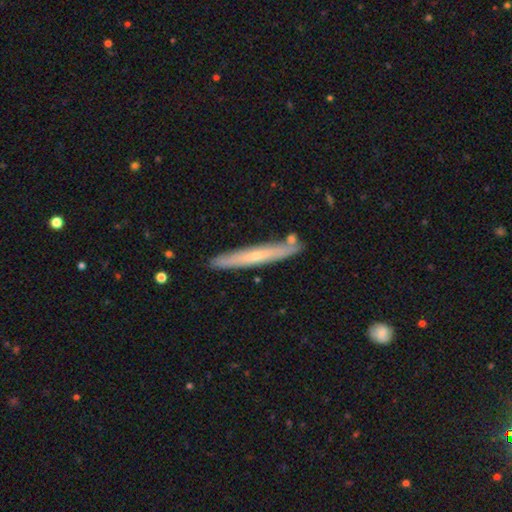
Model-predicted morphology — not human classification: smooth_or_featured: featured or disk (p=0.51) [alt: smooth p=0.43]
disk_edge_on: yes (p=0.91) [alt: no p=0.09]
merging: none (p=0.85) [alt: minor disturbance p=0.10]